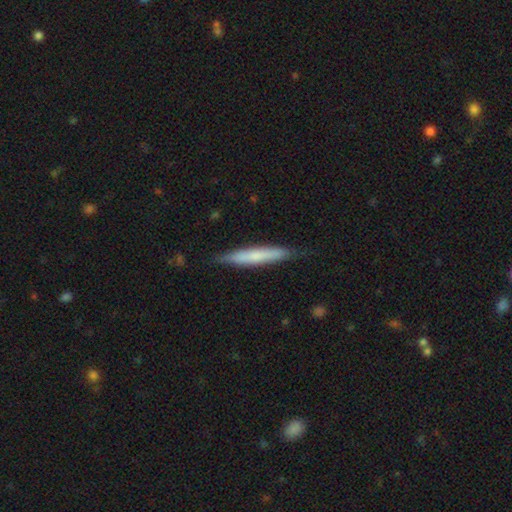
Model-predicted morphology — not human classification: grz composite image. It shows a smooth galaxy with no disk features (63%) that is cigar-shaped (94%). Merging: none (84%).